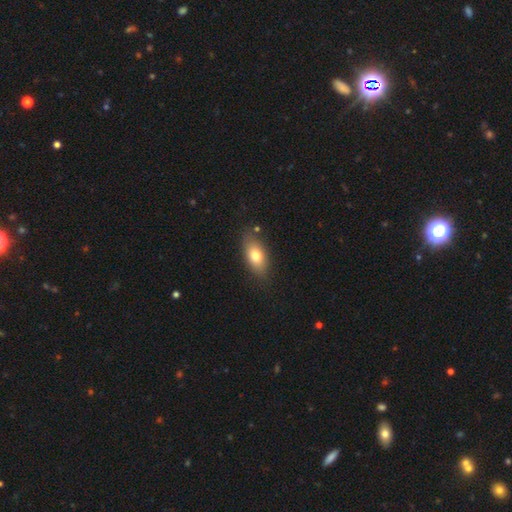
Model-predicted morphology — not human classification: Smooth or featured? Predicted: smooth (p=0.75). How rounded? Predicted: in between (p=0.86). Merging? Predicted: none (p=0.80).